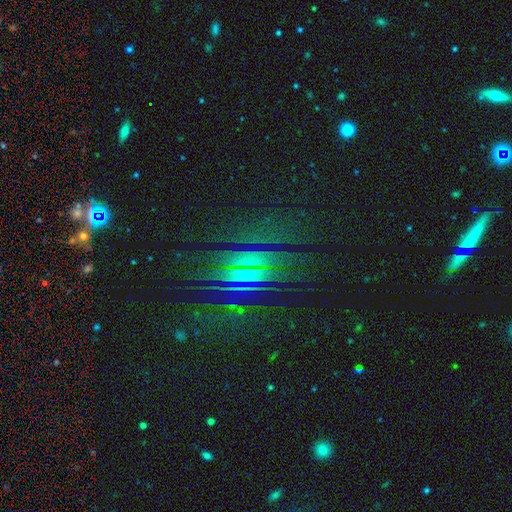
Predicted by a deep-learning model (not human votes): Q: Smooth or featured?
A: star or artifact (57%); runner-up: featured or disk (23%)